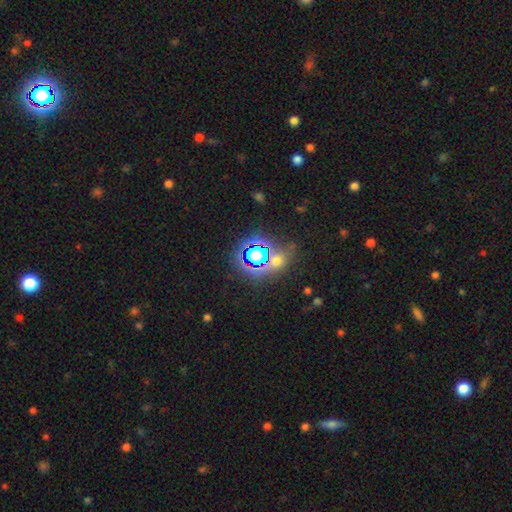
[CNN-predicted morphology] Smooth or featured: star or artifact — 62% (smooth — 26%)